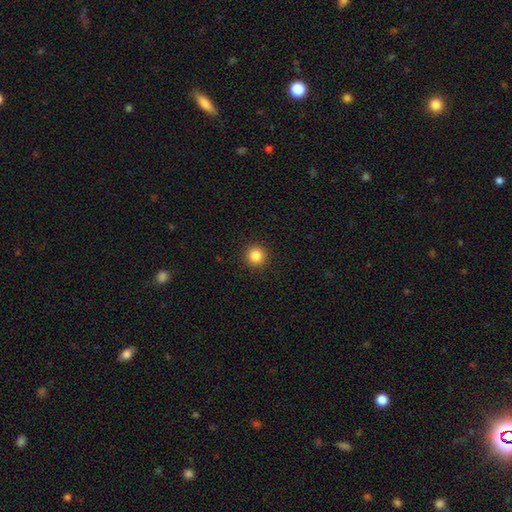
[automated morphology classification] This is clearly a smooth galaxy (85%). How rounded: clearly round (95%). Merging: clearly none (93%).